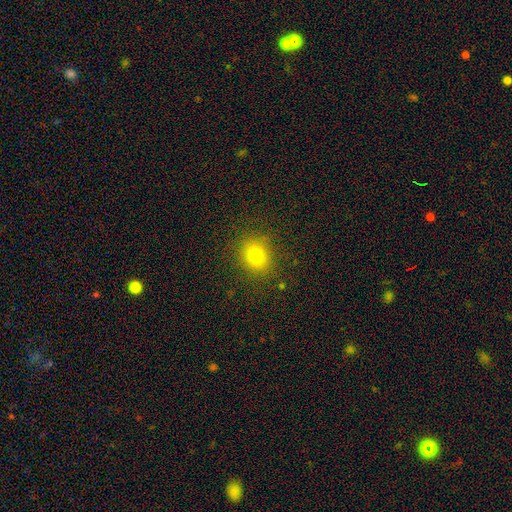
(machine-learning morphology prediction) Smooth or featured?
  - smooth: 77% *
  - star or artifact: 15%
  - featured or disk: 8%
How rounded?
  - round: 68% *
  - in between: 31%
  - cigar-shaped: 1%
Merging?
  - none: 87% *
  - minor disturbance: 9%
  - major disturbance: 3%
  - merger: 1%